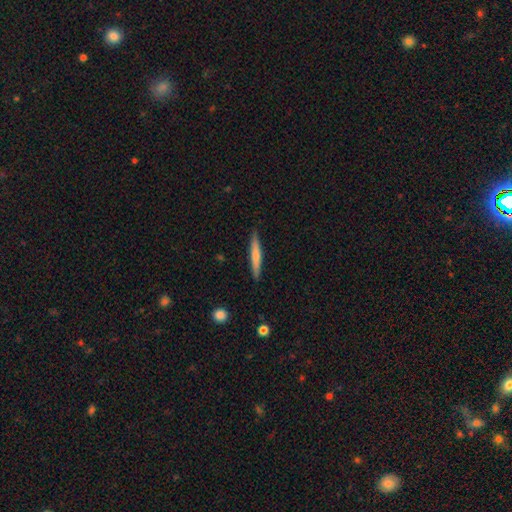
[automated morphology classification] This is likely a smooth galaxy (62%). How rounded: clearly cigar-shaped (95%). Merging: clearly none (89%).